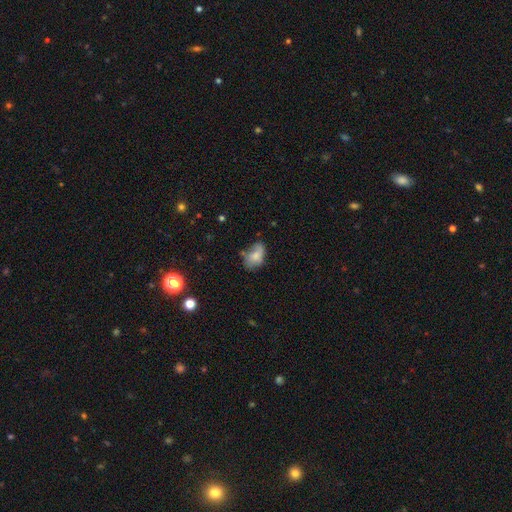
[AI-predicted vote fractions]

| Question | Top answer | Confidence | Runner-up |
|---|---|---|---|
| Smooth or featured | smooth | 70% | featured or disk (21%) |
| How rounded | in between | 85% | round (13%) |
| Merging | none | 43% | minor disturbance (36%) |